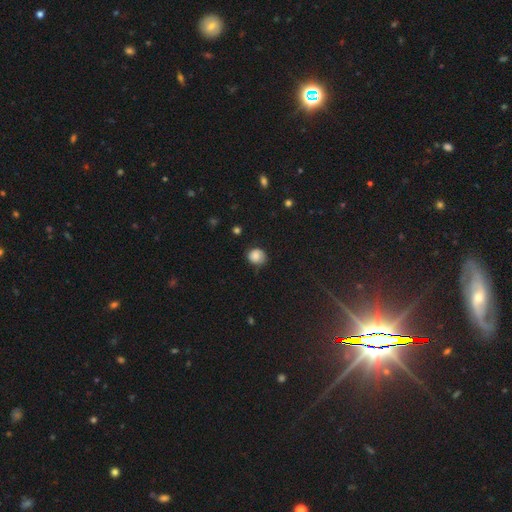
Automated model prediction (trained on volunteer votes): Overall: smooth (76%). How rounded: round (73%). Merging: none (64%; minor disturbance 27%).